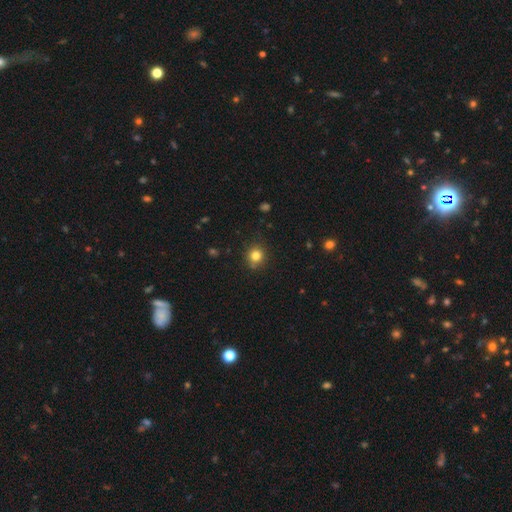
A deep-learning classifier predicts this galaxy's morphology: This appears to be a smooth galaxy with no disk features (81%) that is round (84%). Merging: none (83%).